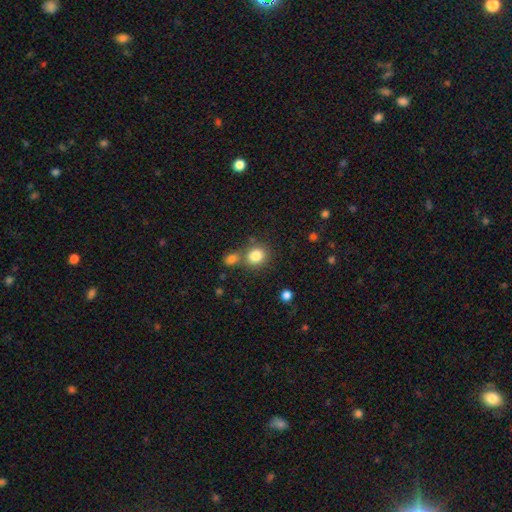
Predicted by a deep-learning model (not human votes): Overall: smooth (83%). How rounded: round (77%). Merging: none (63%; merger 24%).